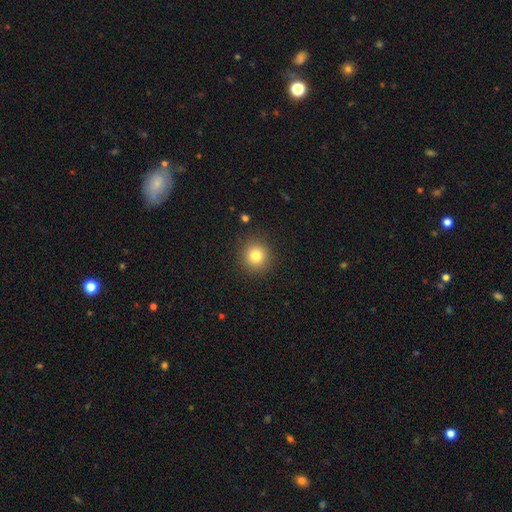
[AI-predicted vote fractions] This is clearly a smooth galaxy (81%). How rounded: clearly round (93%). Merging: clearly none (90%).